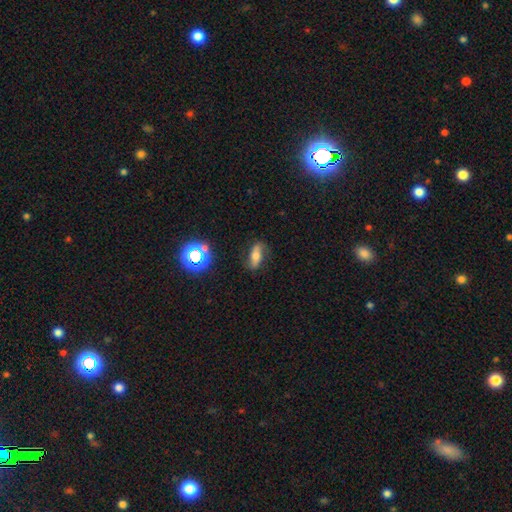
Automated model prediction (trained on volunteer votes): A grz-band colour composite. It shows a smooth galaxy with no disk features (45%). Merging: none (74%).